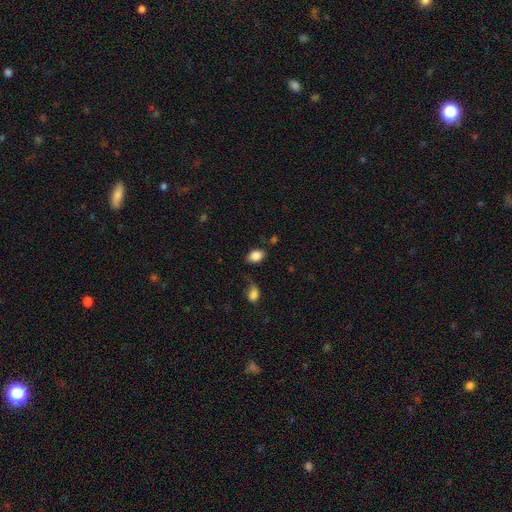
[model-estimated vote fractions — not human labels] Q: Smooth or featured?
A: smooth (86%); runner-up: star or artifact (8%)
Q: How rounded?
A: in between (83%); runner-up: round (16%)
Q: Merging?
A: none (71%); runner-up: minor disturbance (18%)